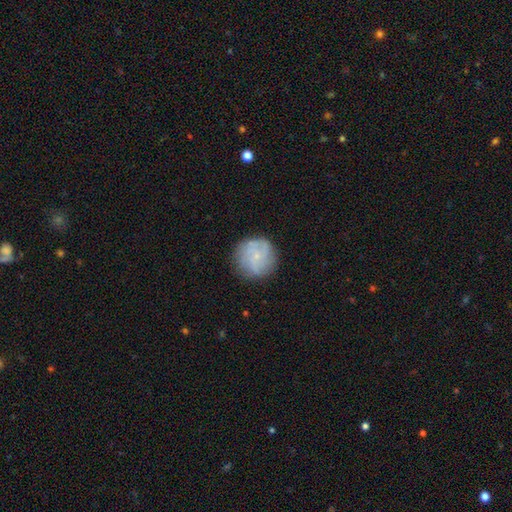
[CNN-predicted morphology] A smooth galaxy with no disk features (47%). Merging: none (78%).